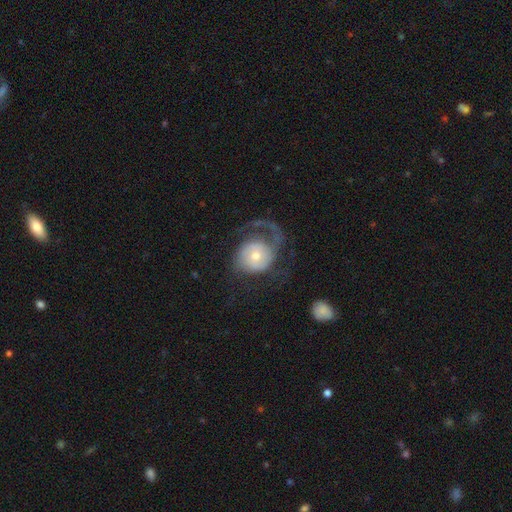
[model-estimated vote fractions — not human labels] The model was most divided on "merging": major disturbance: 46%, none: 36%, minor disturbance: 15%, merger: 2%. Remaining: edge-on disk — no (97%); spiral arms — yes (86%); bar — no (75%); smooth or featured — featured or disk (68%); spiral arm count — 1 (58%); bulge size — moderate (52%); spiral winding — loose (45%).